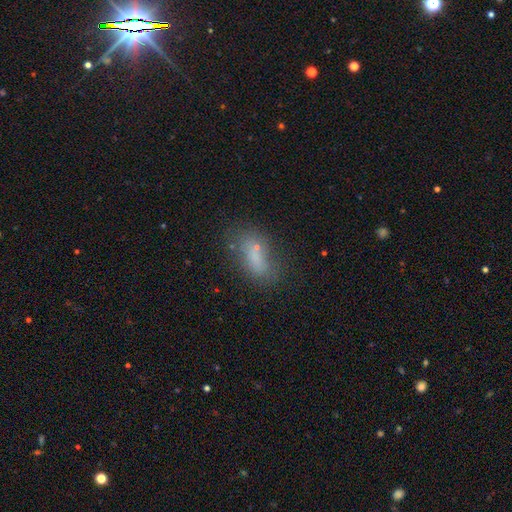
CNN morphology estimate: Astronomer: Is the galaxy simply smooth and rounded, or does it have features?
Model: smooth — 65%.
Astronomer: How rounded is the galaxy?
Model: in between — 77%.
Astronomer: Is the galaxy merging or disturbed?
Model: none — 54%.